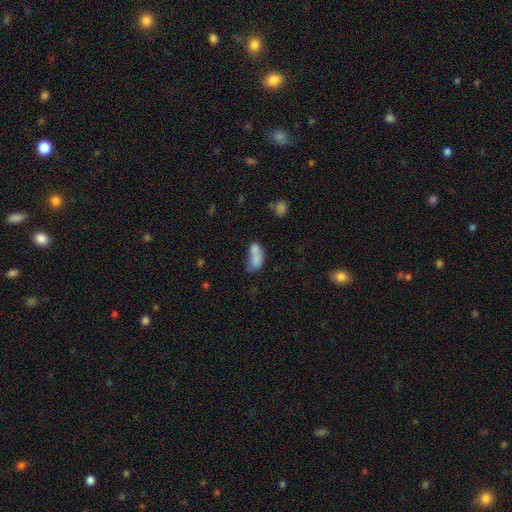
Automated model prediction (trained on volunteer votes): The model was most divided on "merging": merger: 53%, none: 22%, minor disturbance: 14%, major disturbance: 11%. More confident: how rounded — in between (86%); smooth or featured — smooth (74%).